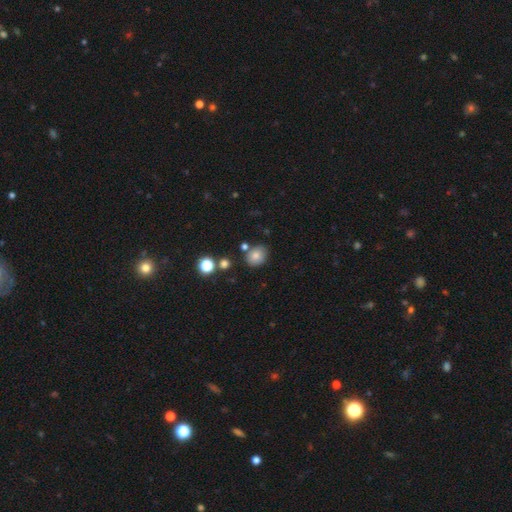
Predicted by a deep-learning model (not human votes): Q: Smooth or featured?
A: smooth (79%); runner-up: star or artifact (12%)
Q: How rounded?
A: round (60%); runner-up: in between (39%)
Q: Merging?
A: none (76%); runner-up: minor disturbance (13%)